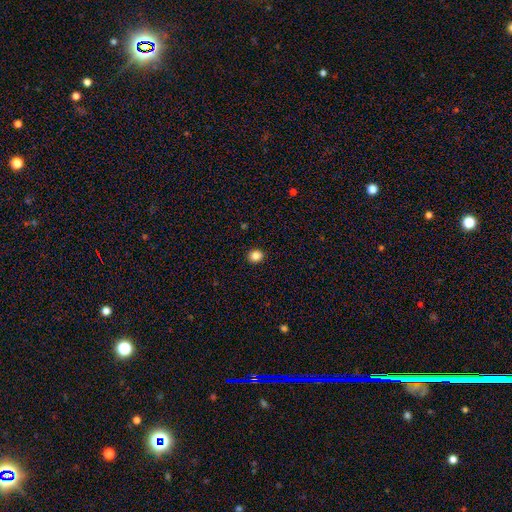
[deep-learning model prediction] Smooth or featured? smooth (85%)
How rounded? round (77%)
Merging? none (92%)